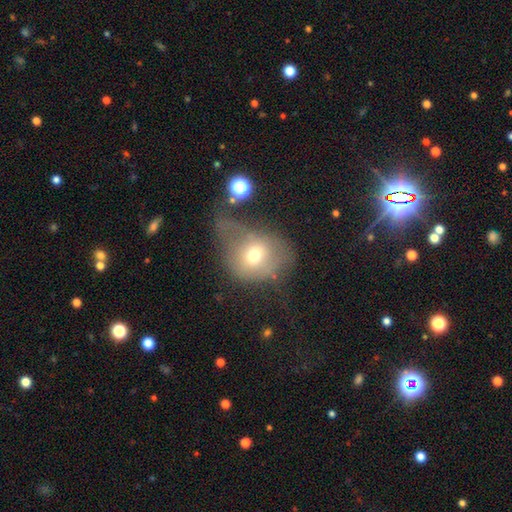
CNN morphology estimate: Smooth or featured?
  - smooth: 62% *
  - featured or disk: 26%
  - star or artifact: 12%
How rounded?
  - round: 57% *
  - in between: 42%
  - cigar-shaped: 1%
Merging?
  - major disturbance: 43% *
  - minor disturbance: 24%
  - none: 23%
  - merger: 11%